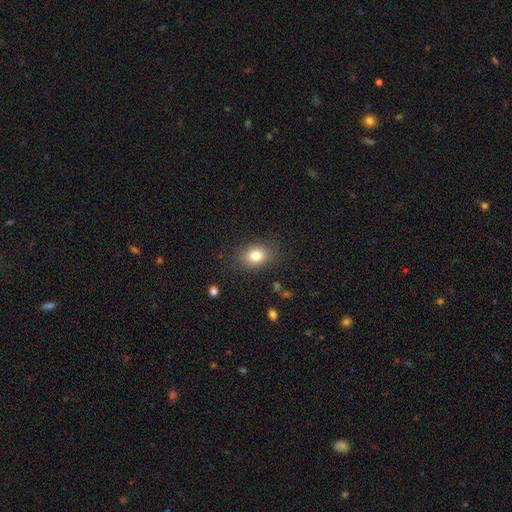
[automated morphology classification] The model was most divided on "how rounded": in between: 64%, round: 34%, cigar-shaped: 1%. More confident: merging — none (84%); smooth or featured — smooth (81%).